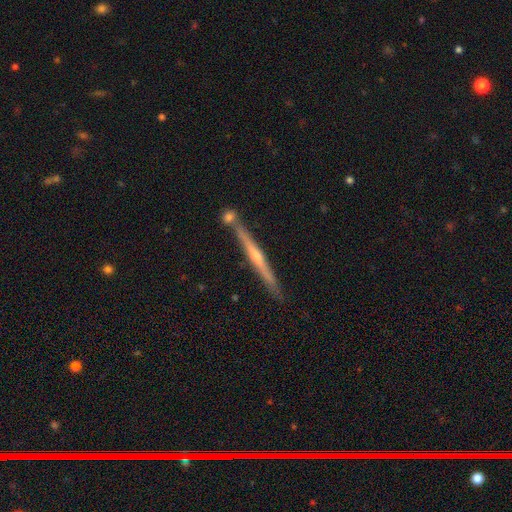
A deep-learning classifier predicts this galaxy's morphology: Q: Smooth or featured?
A: featured or disk (79%); runner-up: smooth (14%)
Q: Edge-on disk?
A: yes (98%); runner-up: no (2%)
Q: Edge-on bulge?
A: rounded (74%); runner-up: none (21%)
Q: Merging?
A: none (80%); runner-up: minor disturbance (10%)